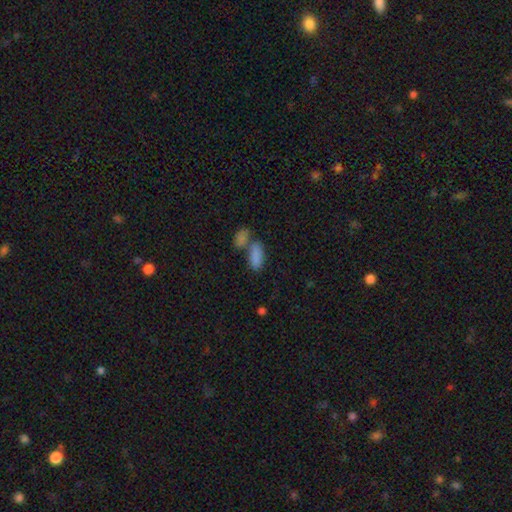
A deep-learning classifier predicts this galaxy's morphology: smooth 85%, star or artifact 9%, featured or disk 7%. Down the decision tree: how rounded — in between (85%); merging — merger (43%).